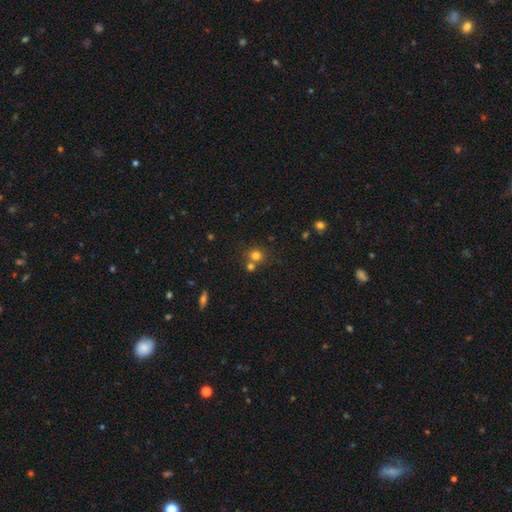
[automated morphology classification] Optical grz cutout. It shows a smooth galaxy with no disk features (76%) that is round (88%). Merging: none (61%).